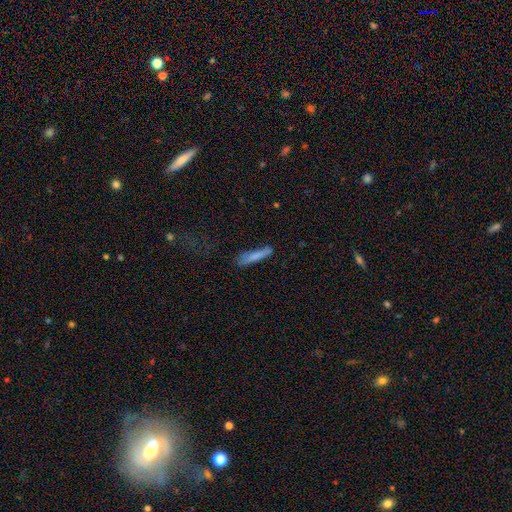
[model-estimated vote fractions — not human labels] The model was most divided on "merging": none: 73%, minor disturbance: 19%, major disturbance: 5%, merger: 3%. More confident: how rounded — cigar-shaped (91%); smooth or featured — smooth (76%).